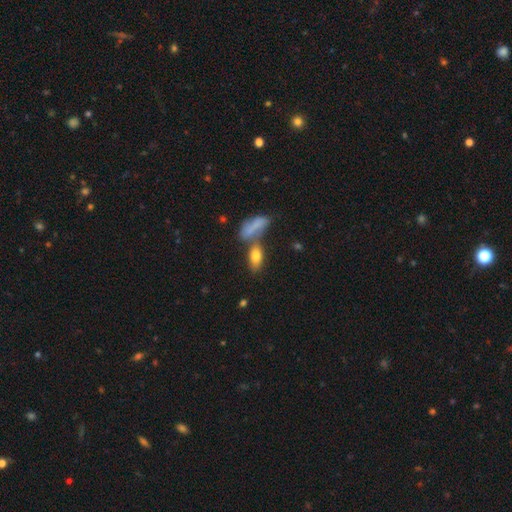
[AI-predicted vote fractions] Smooth or featured: smooth — 76% (featured or disk — 16%)
How rounded: in between — 82% (cigar-shaped — 14%)
Merging: none — 48% (merger — 36%)